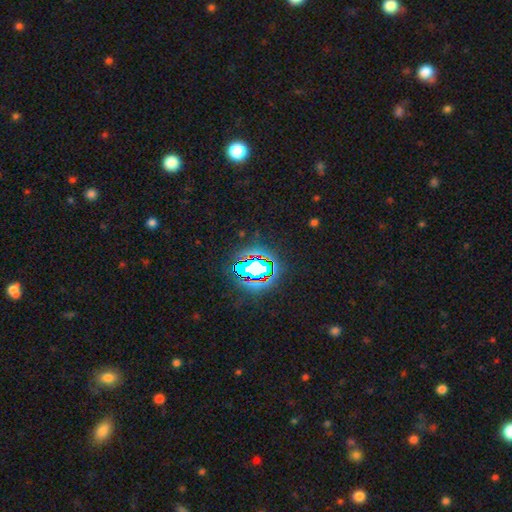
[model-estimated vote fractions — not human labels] This is clearly a star or artifact rather than a galaxy (82%).